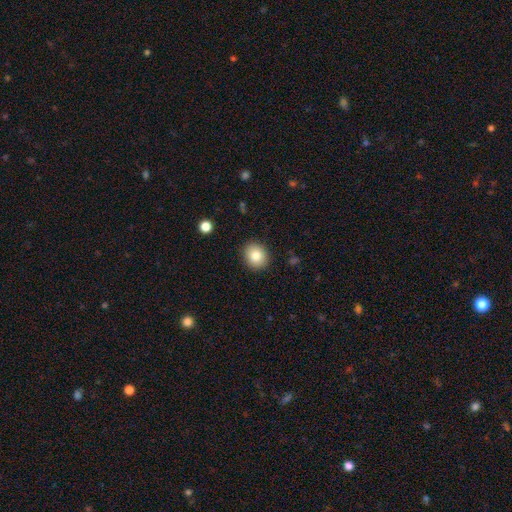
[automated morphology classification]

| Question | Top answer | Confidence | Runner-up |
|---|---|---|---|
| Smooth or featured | smooth | 83% | star or artifact (9%) |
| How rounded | round | 73% | in between (26%) |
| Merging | none | 89% | minor disturbance (7%) |